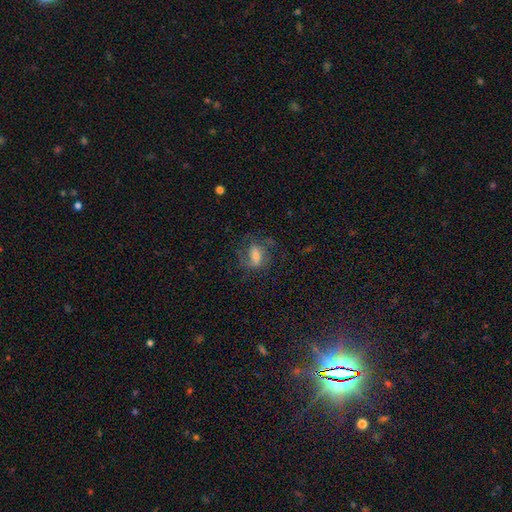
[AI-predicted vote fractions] The model was most divided on "smooth or featured": featured or disk: 48%, smooth: 37%, star or artifact: 15%. More confident: merging — none (59%).